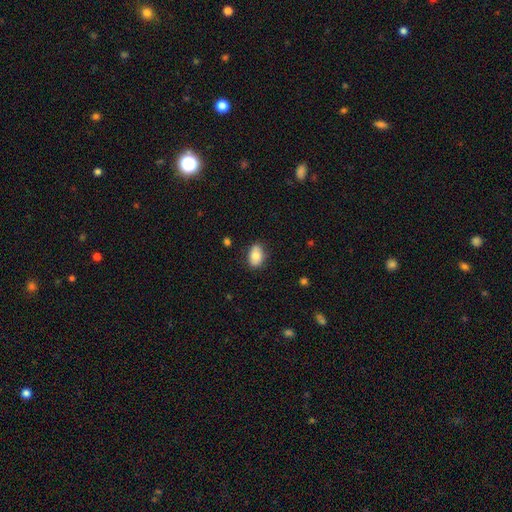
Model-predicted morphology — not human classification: This appears to be a smooth galaxy with no disk features (81%) that is in between round and cigar-shaped (86%). Merging: none (82%).